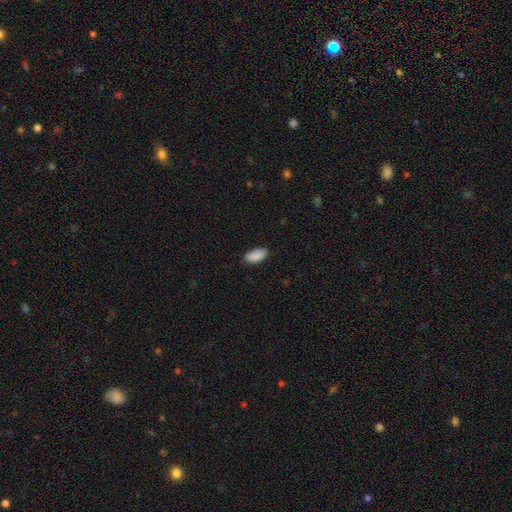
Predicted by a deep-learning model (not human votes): smooth_or_featured: smooth (p=0.90) [alt: star or artifact p=0.06]
how_rounded: in between (p=0.92) [alt: cigar-shaped p=0.06]
merging: none (p=0.87) [alt: minor disturbance p=0.10]